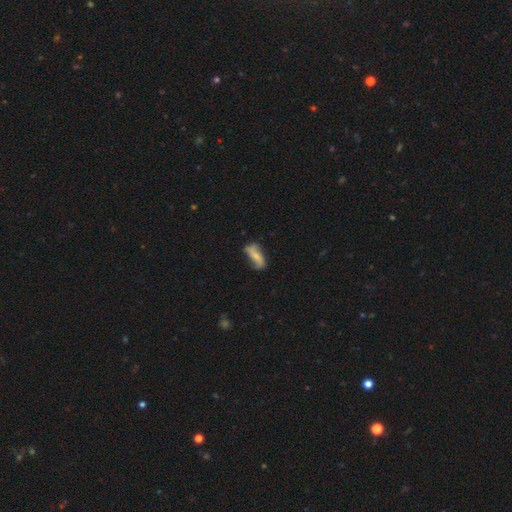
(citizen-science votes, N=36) Smooth or featured? smooth (56%)
How rounded? in between (60%)
Merging? none (54%)